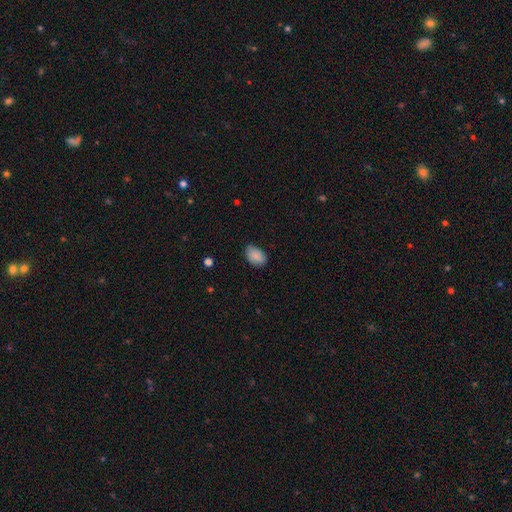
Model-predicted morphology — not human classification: Smooth or featured? Predicted: smooth (p=0.87). How rounded? Predicted: in between (p=0.87). Merging? Predicted: none (p=0.71).